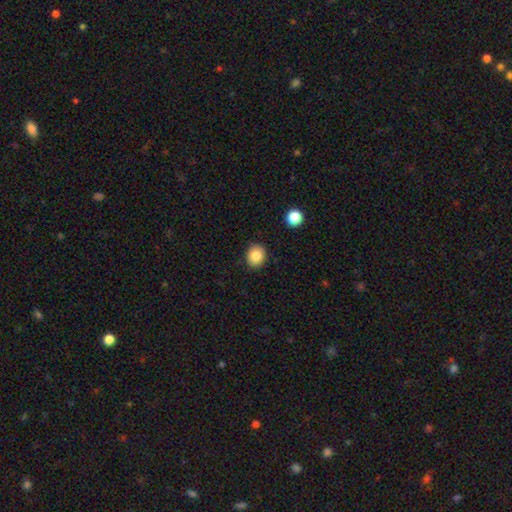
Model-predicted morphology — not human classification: Smooth or featured: smooth — 84% (star or artifact — 9%)
How rounded: round — 68% (in between — 31%)
Merging: none — 89% (minor disturbance — 8%)